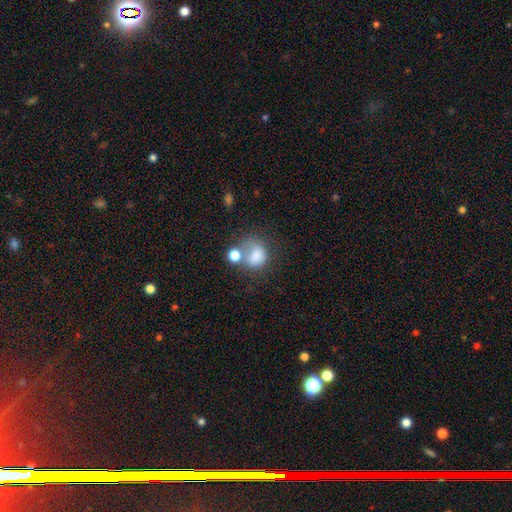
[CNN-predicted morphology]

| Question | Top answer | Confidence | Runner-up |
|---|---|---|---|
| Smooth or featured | smooth | 75% | featured or disk (13%) |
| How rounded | round | 56% | in between (43%) |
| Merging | merger | 37% | none (30%) |